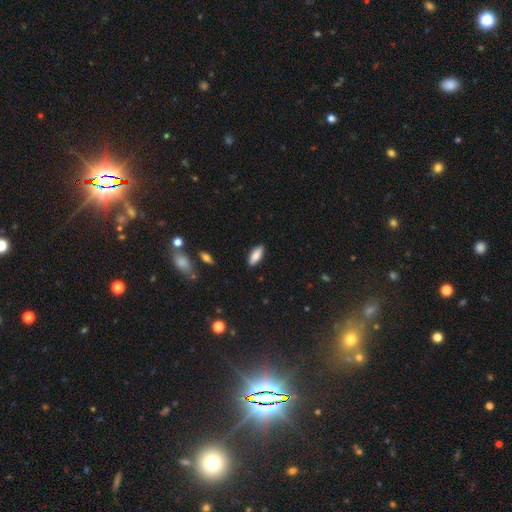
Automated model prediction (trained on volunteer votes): smooth-or-featured: smooth: 83% | featured or disk: 10% | star or artifact: 6%
  how-rounded: in between: 72% | cigar-shaped: 26% | round: 2%
  merging: none: 88% | minor disturbance: 9% | major disturbance: 2% | merger: 1%